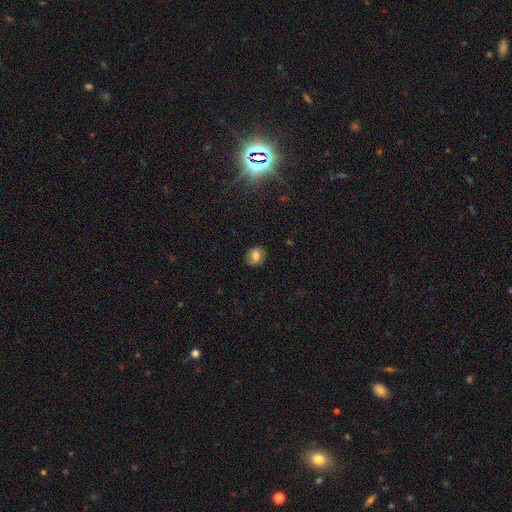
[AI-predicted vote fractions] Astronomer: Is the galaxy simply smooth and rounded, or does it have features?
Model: smooth — 55% (runner-up: featured or disk, 34%).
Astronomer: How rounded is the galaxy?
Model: round — 52% (runner-up: in between, 46%).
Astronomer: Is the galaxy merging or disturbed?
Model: none — 83%.